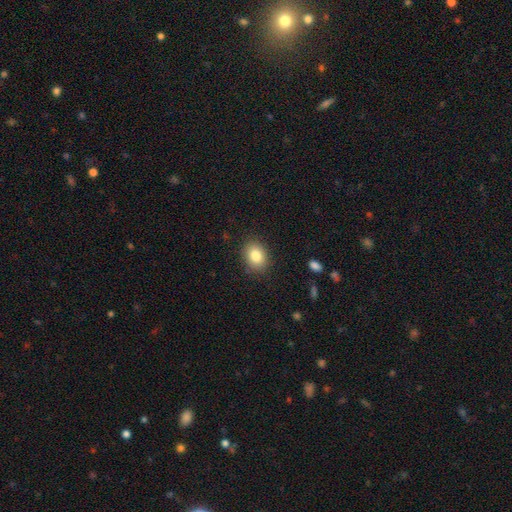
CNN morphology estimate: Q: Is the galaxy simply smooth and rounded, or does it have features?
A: smooth — 85%.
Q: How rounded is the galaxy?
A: in between — 63%.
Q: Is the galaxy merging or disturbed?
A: none — 87%.